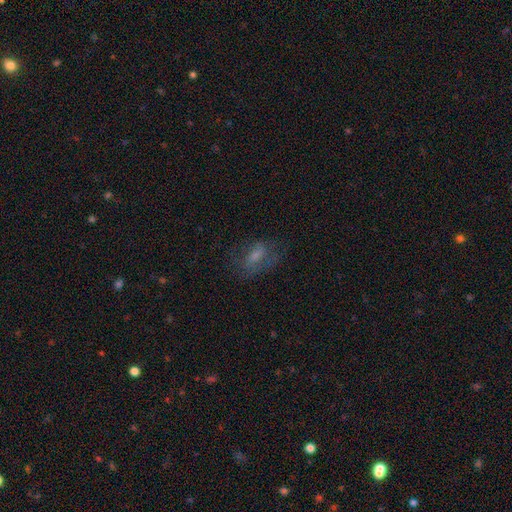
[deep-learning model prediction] smooth-or-featured: smooth: 45% | featured or disk: 39% | star or artifact: 16%
  merging: none: 57% | minor disturbance: 21% | major disturbance: 20% | merger: 2%